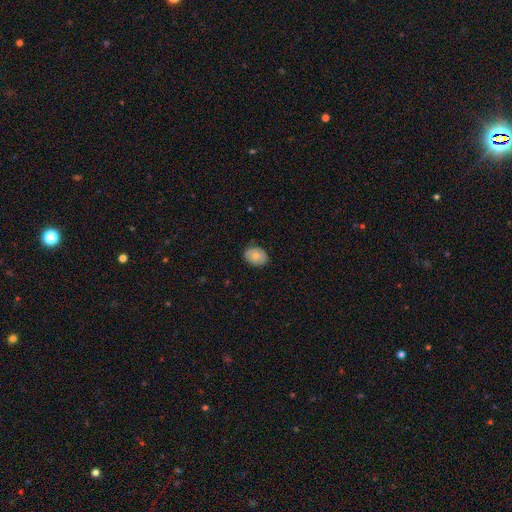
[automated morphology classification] This is likely a smooth galaxy (75%). How rounded: likely in between (64%). Merging: clearly none (85%).